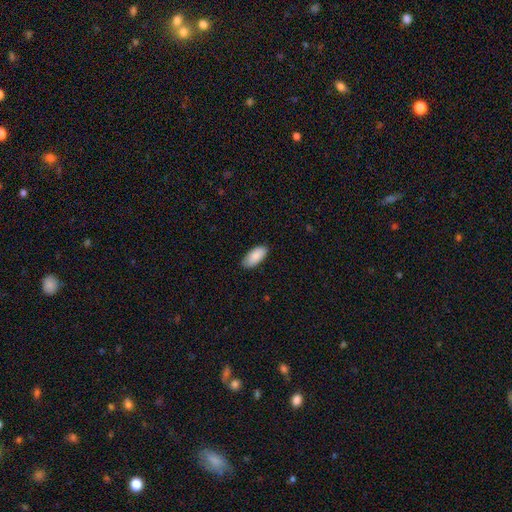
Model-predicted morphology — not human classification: Smooth or featured? Predicted: smooth (p=0.89). How rounded? Predicted: in between (p=0.92). Merging? Predicted: none (p=0.86).